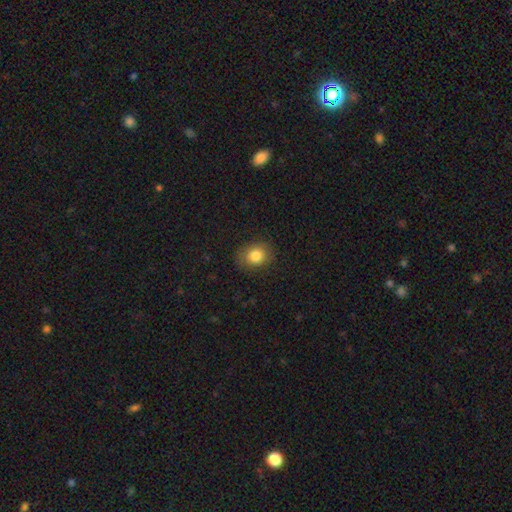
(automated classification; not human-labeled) Overall: smooth (83%). How rounded: round (50%; in between 49%). Merging: none (82%).